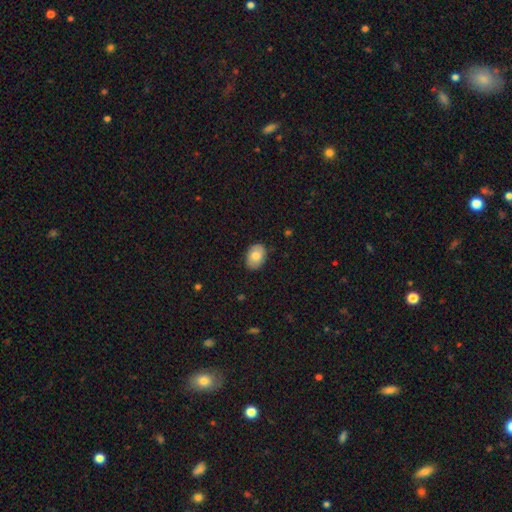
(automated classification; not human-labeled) The model was most divided on "smooth or featured": smooth: 74%, featured or disk: 19%, star or artifact: 7%. More confident: merging — none (84%); how rounded — in between (82%).